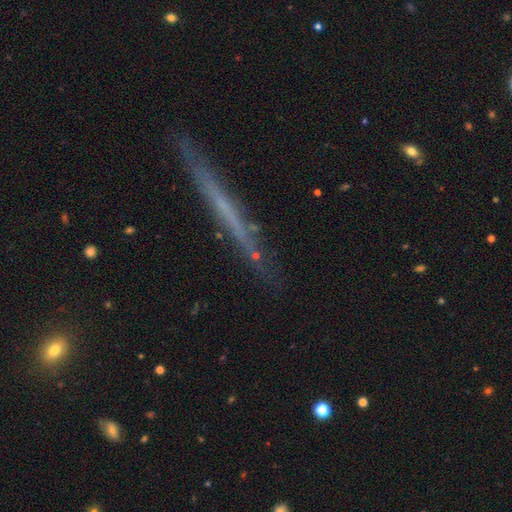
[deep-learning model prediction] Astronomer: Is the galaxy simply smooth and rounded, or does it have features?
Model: featured or disk — 49% (runner-up: smooth, 39%).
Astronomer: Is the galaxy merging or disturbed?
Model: none — 78%.